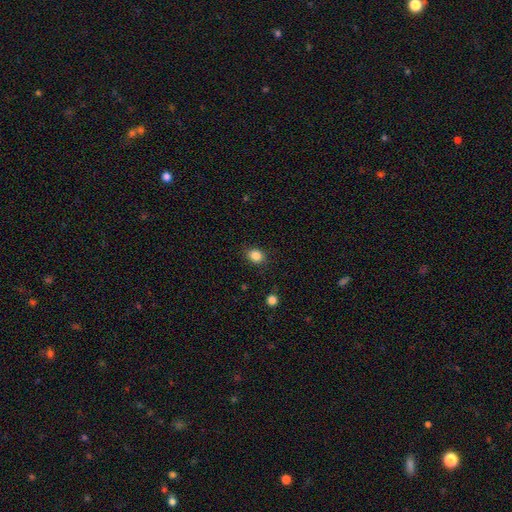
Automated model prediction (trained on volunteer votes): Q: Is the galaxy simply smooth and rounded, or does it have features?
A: smooth — 85%.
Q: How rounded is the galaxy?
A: round — 57%.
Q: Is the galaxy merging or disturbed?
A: none — 86%.